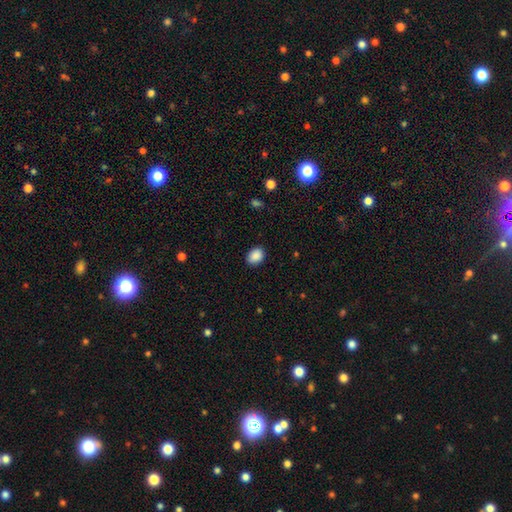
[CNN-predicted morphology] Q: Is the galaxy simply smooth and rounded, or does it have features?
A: smooth — 89%.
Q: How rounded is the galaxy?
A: in between — 58%.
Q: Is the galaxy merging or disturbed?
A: none — 89%.